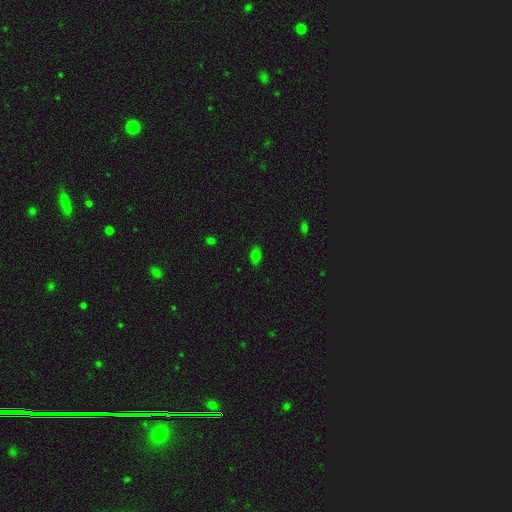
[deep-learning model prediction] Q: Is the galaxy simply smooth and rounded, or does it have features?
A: smooth — 73%.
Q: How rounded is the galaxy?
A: in between — 80%.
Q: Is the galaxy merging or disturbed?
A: none — 83%.